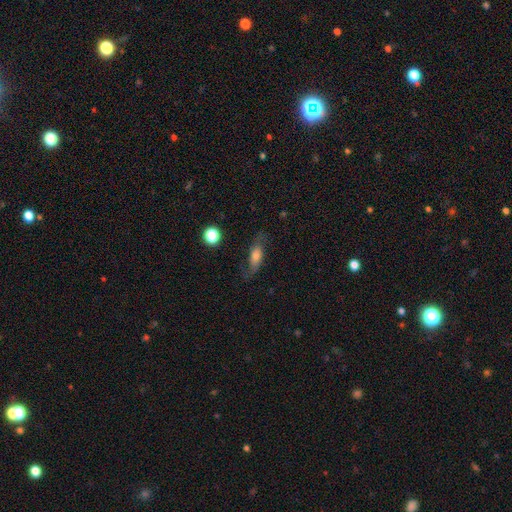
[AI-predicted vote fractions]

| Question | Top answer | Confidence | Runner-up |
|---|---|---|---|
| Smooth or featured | featured or disk | 48% | smooth (42%) |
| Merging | none | 67% | minor disturbance (20%) |